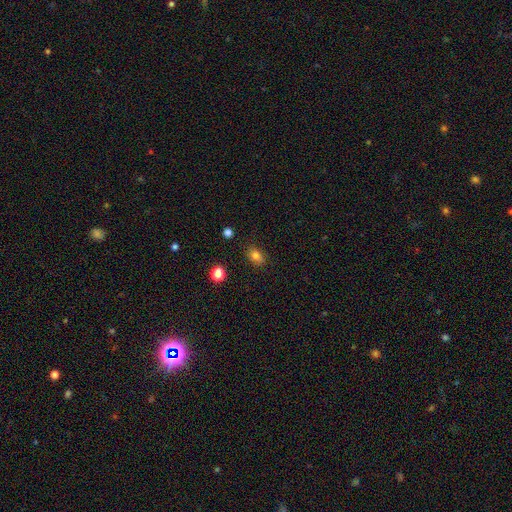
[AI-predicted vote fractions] The model was most divided on "how rounded": in between: 69%, round: 30%, cigar-shaped: 2%. More confident: merging — none (83%); smooth or featured — smooth (80%).